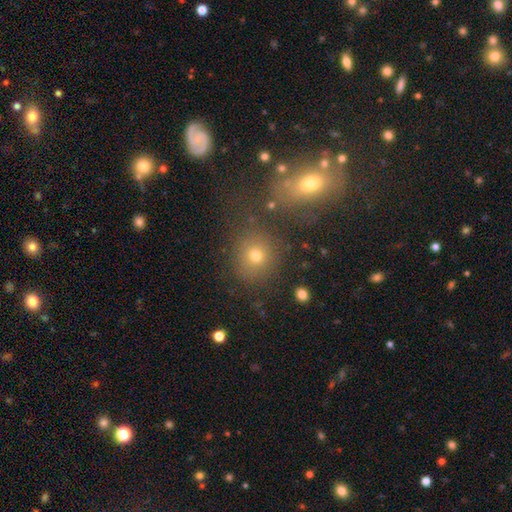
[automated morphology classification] Smooth or featured? Predicted: smooth (p=0.71). How rounded? Predicted: round (p=0.80). Merging? Predicted: none (p=0.71).